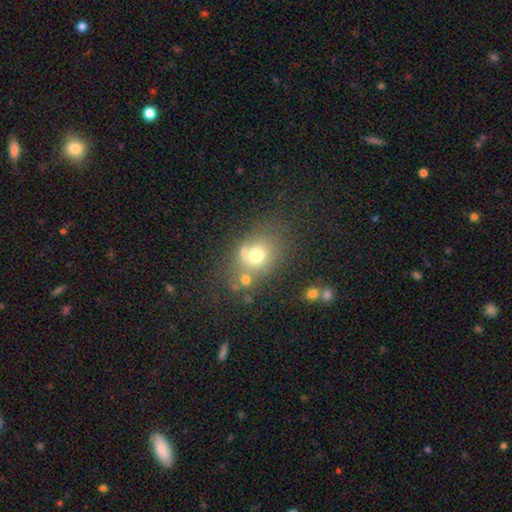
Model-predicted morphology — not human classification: Overall: smooth (67%). How rounded: round (58%; in between 41%). Merging: none (51%; merger 24%).